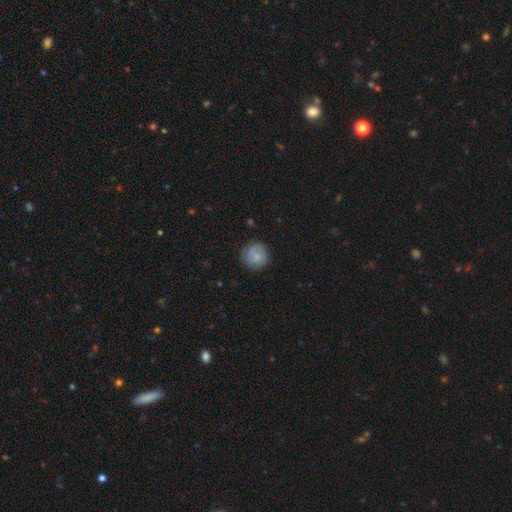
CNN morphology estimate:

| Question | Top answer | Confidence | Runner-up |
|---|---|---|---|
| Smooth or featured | smooth | 74% | featured or disk (19%) |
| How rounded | round | 92% | in between (7%) |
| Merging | none | 82% | minor disturbance (13%) |